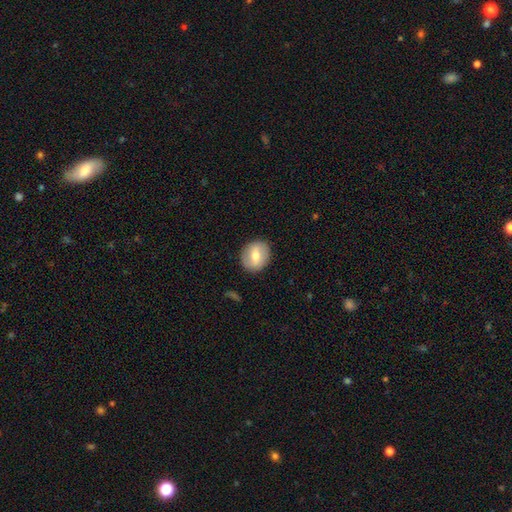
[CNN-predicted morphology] Q: Smooth or featured?
A: smooth (59%); runner-up: featured or disk (34%)
Q: How rounded?
A: round (71%); runner-up: in between (28%)
Q: Merging?
A: none (88%); runner-up: minor disturbance (9%)